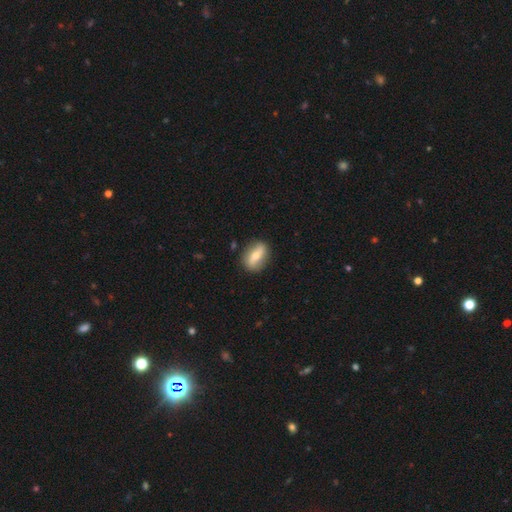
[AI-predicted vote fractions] Overall: featured or disk (49%; smooth 44%). Merging: none (85%).